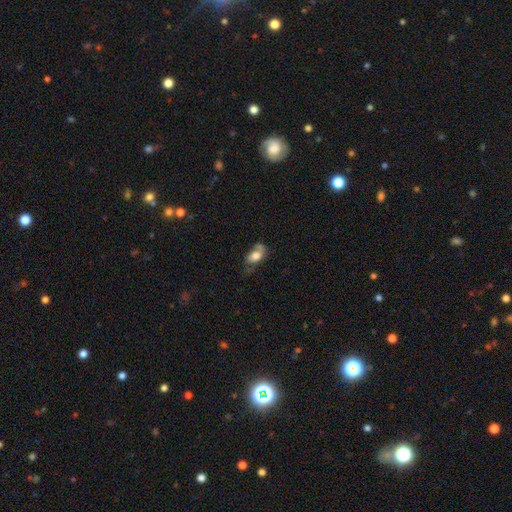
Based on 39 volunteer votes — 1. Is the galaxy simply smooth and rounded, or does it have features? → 69% smooth, 28% featured or disk, 3% star or artifact.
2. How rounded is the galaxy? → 89% in between, 7% cigar-shaped, 4% round.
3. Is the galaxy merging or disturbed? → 42% minor disturbance, 39% major disturbance, 16% none, 3% merger.